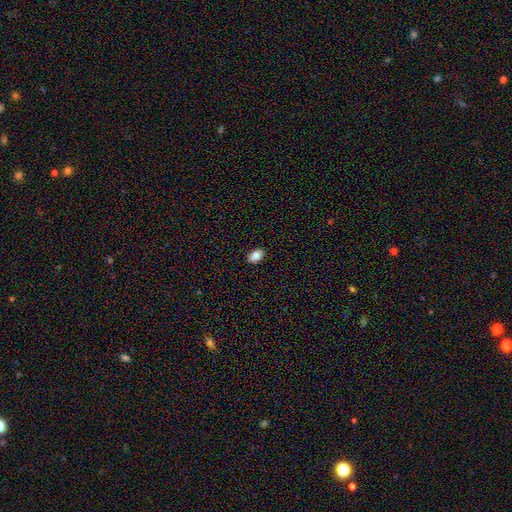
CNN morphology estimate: smooth 86%, star or artifact 8%, featured or disk 6%. Down the decision tree: how rounded — in between (88%); merging — none (89%).